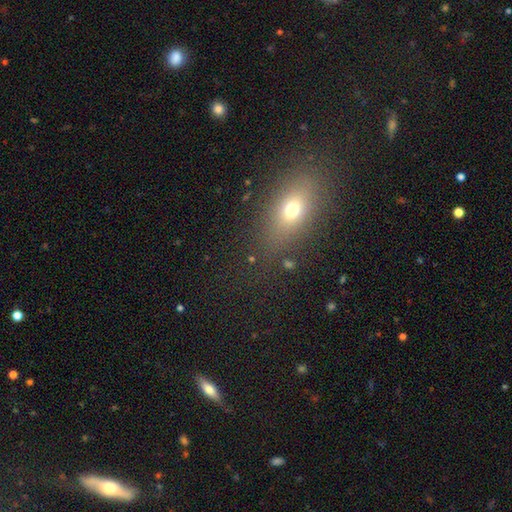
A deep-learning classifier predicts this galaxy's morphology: type=smooth (61%); roundness=in between (72%); merging=none (84%).